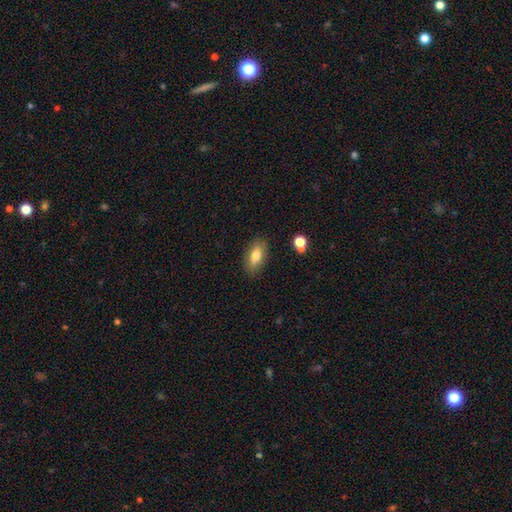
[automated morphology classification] Overall: smooth (75%). How rounded: in between (82%). Merging: none (84%).